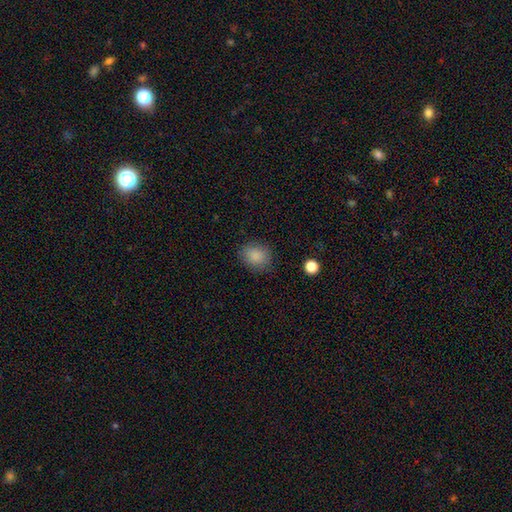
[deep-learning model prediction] Smooth or featured? Predicted: smooth (p=0.86). How rounded? Predicted: round (p=0.67). Merging? Predicted: none (p=0.83).